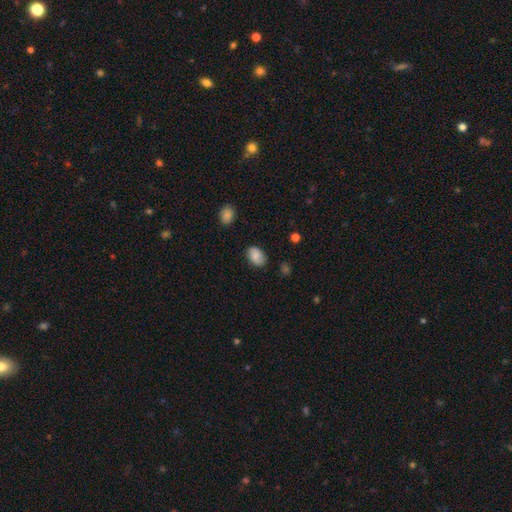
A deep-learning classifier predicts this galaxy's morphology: This is likely a smooth galaxy (80%). How rounded: clearly in between (88%). Merging: likely none (78%).